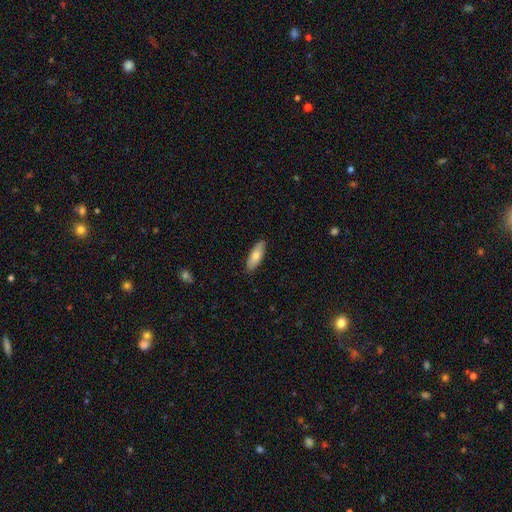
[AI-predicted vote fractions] Morphology: type=smooth (75%); roundness=in between (67%); merging=none (87%).